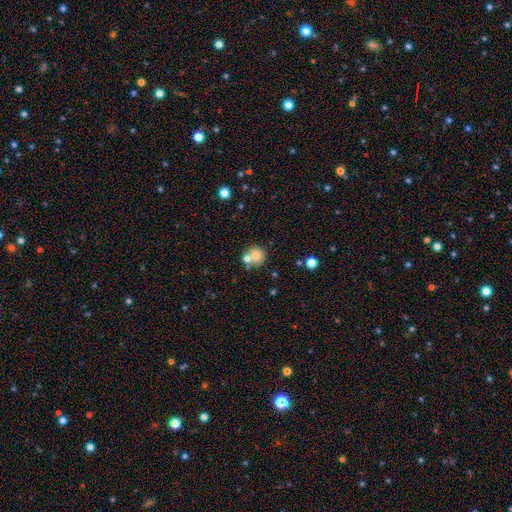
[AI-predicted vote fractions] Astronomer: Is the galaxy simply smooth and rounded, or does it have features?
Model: smooth — 73%.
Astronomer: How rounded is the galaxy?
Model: round — 89%.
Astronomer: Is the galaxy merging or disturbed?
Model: none — 60%.